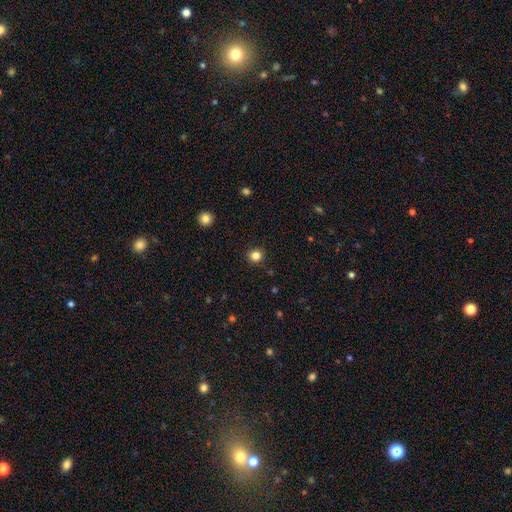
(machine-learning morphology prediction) A smooth galaxy with no disk features (83%) that is round (91%).

Vote fractions:
- Smooth or featured? smooth: 83% / star or artifact: 13% / featured or disk: 4%
- How rounded? round: 91% / in between: 8% / cigar-shaped: 1%
- Merging? none: 91% / minor disturbance: 6% / major disturbance: 2% / merger: 1%